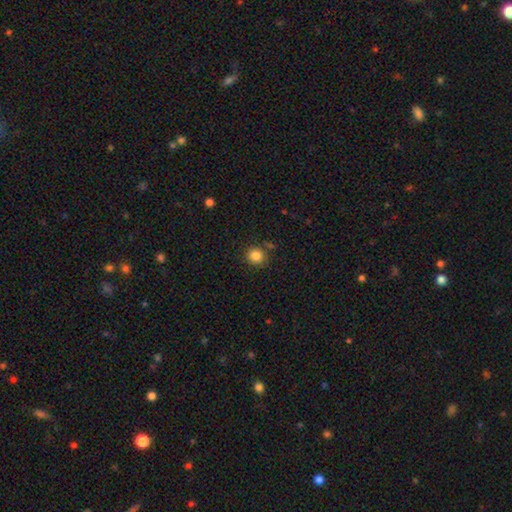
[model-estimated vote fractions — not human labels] Morphology: type=smooth (84%); roundness=round (89%); merging=none (83%).